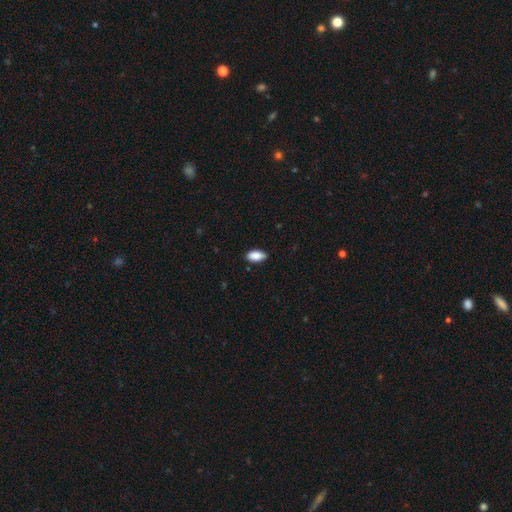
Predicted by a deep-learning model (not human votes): Q: Smooth or featured?
A: smooth (89%); runner-up: star or artifact (7%)
Q: How rounded?
A: in between (92%); runner-up: cigar-shaped (5%)
Q: Merging?
A: none (87%); runner-up: minor disturbance (10%)